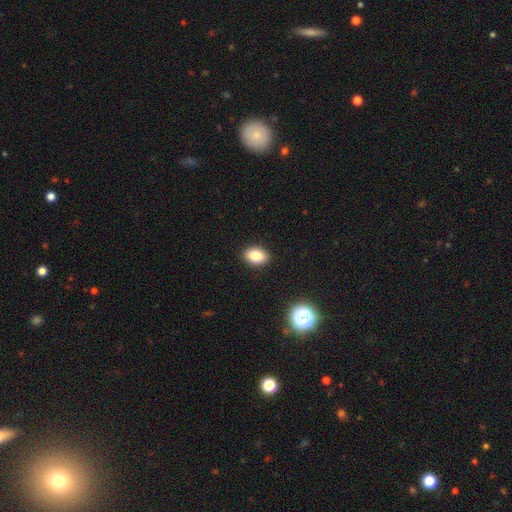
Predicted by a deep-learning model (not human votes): The model was most divided on "how rounded": in between: 83%, round: 16%, cigar-shaped: 1%. More confident: merging — none (90%); smooth or featured — smooth (84%).